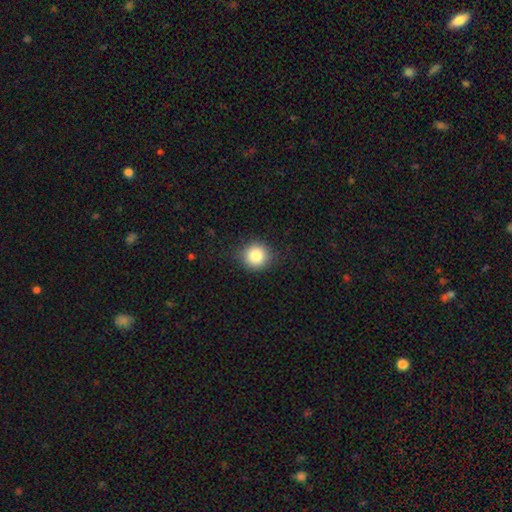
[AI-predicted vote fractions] Smooth or featured?
  - smooth: 83% *
  - star or artifact: 10%
  - featured or disk: 7%
How rounded?
  - round: 92% *
  - in between: 7%
  - cigar-shaped: 1%
Merging?
  - none: 86% *
  - minor disturbance: 10%
  - major disturbance: 3%
  - merger: 1%